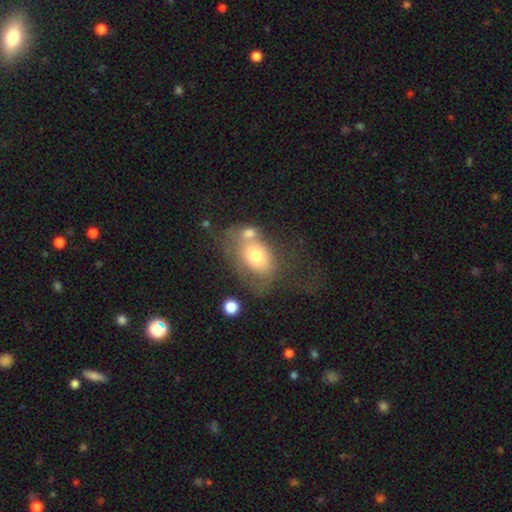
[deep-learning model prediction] A smooth galaxy with no disk features (62%) that is in between round and cigar-shaped (75%).

Vote fractions:
- Smooth or featured? smooth: 62% / featured or disk: 29% / star or artifact: 9%
- How rounded? in between: 75% / round: 24% / cigar-shaped: 1%
- Merging? merger: 28% / none: 27% / major disturbance: 25% / minor disturbance: 19%